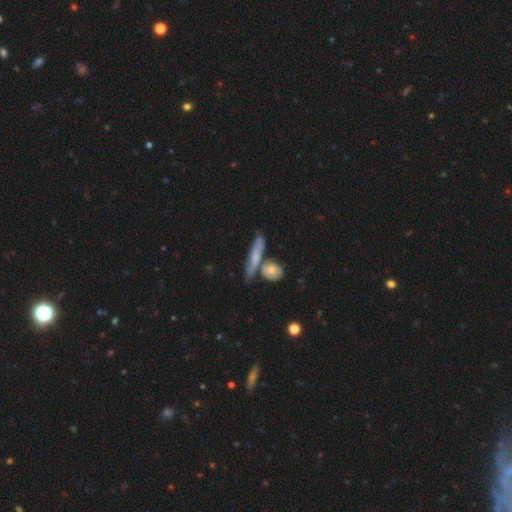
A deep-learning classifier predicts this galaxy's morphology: smooth-or-featured: smooth: 55% | featured or disk: 38% | star or artifact: 7%
  how-rounded: cigar-shaped: 74% | in between: 21% | round: 5%
  merging: none: 56% | merger: 23% | minor disturbance: 16% | major disturbance: 6%